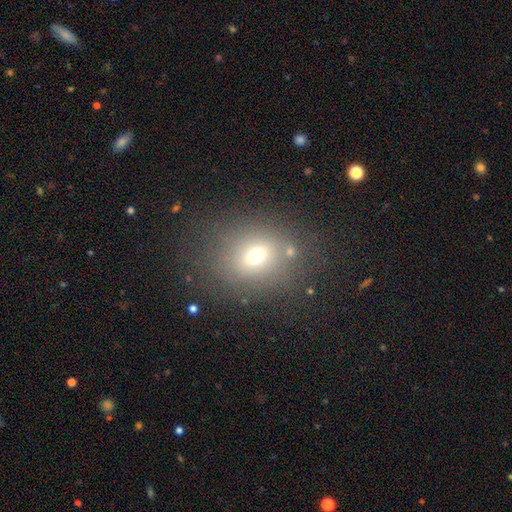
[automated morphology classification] smooth 66%, star or artifact 20%, featured or disk 15%. Down the decision tree: how rounded — round (61%); merging — none (75%).